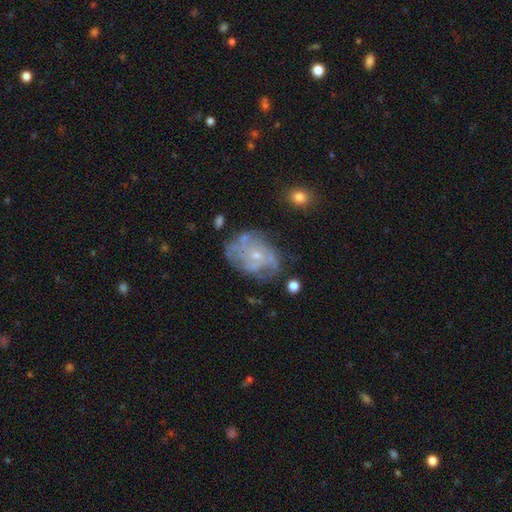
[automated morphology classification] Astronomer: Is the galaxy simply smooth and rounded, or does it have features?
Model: featured or disk — 73%.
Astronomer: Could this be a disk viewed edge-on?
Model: no — 97%.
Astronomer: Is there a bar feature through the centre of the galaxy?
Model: no — 82%.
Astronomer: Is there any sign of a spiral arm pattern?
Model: yes — 71%.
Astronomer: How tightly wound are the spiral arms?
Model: tight — 49% (runner-up: medium, 34%).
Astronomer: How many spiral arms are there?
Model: can't tell — 54%.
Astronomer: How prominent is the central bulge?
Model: small — 77%.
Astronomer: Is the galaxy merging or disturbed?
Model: none — 57%.